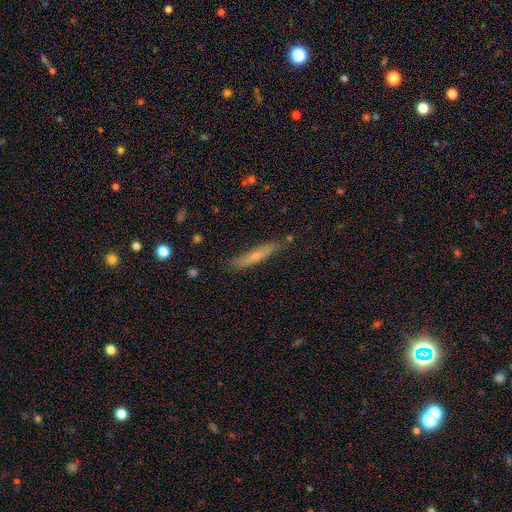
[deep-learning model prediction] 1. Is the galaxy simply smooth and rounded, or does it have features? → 58% smooth, 35% featured or disk, 7% star or artifact.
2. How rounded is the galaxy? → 92% cigar-shaped, 6% in between, 1% round.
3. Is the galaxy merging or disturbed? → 83% none, 12% minor disturbance, 2% major disturbance, 2% merger.